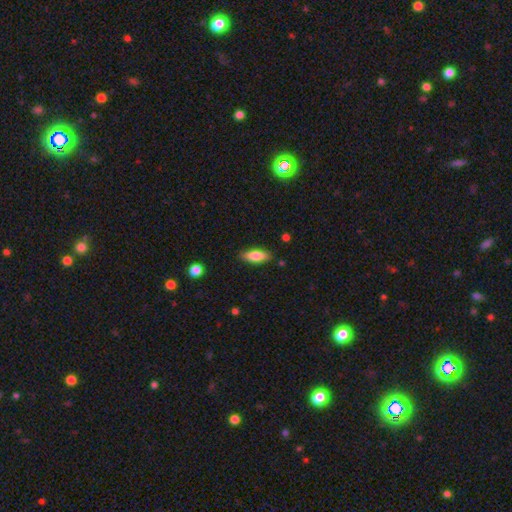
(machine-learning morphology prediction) This appears to be a smooth galaxy with no disk features (78%) that is in between round and cigar-shaped (65%). Merging: none (86%).